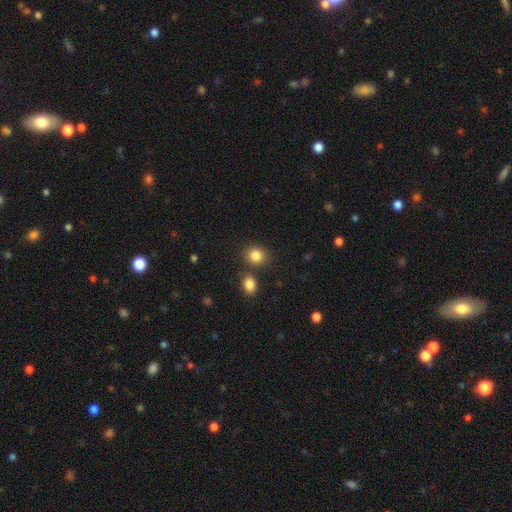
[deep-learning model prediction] A smooth galaxy with no disk features (85%) that is round (76%).

Vote fractions:
- Smooth or featured? smooth: 85% / star or artifact: 10% / featured or disk: 5%
- How rounded? round: 76% / in between: 23% / cigar-shaped: 1%
- Merging? none: 76% / merger: 13% / minor disturbance: 9% / major disturbance: 3%